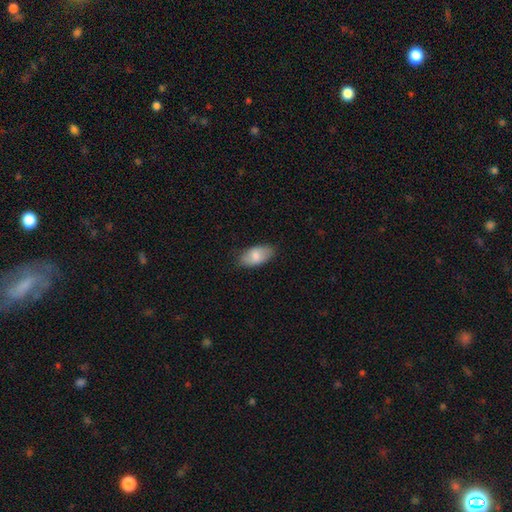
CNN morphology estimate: smooth-or-featured: smooth: 79% | featured or disk: 15% | star or artifact: 6%
  how-rounded: in between: 93% | cigar-shaped: 3% | round: 3%
  merging: none: 80% | minor disturbance: 16% | major disturbance: 3% | merger: 1%